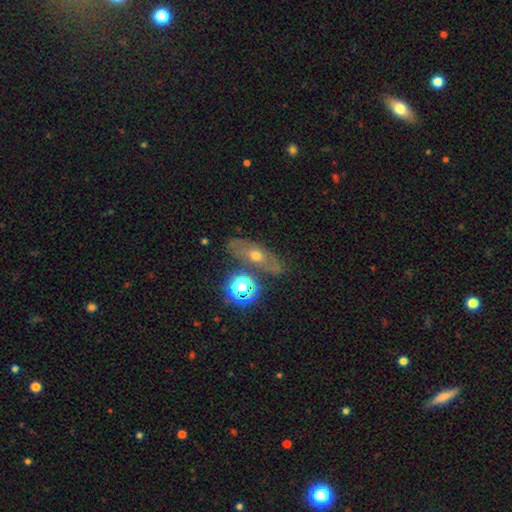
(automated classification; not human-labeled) The model was most divided on "smooth or featured": smooth: 41%, featured or disk: 40%, star or artifact: 19%. More confident: merging — none (71%).